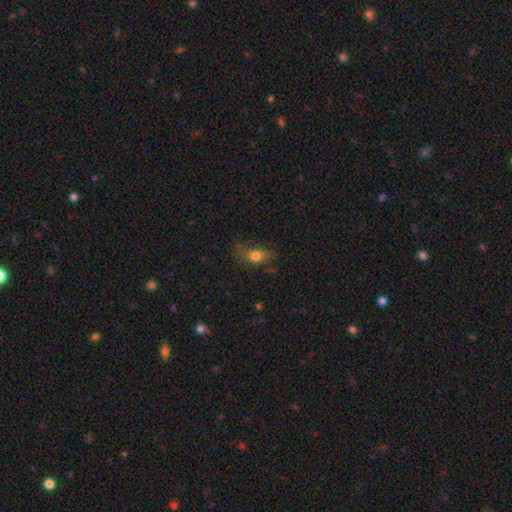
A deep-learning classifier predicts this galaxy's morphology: This is likely a smooth galaxy (71%). How rounded: likely in between (66%). Merging: possibly none (46%).